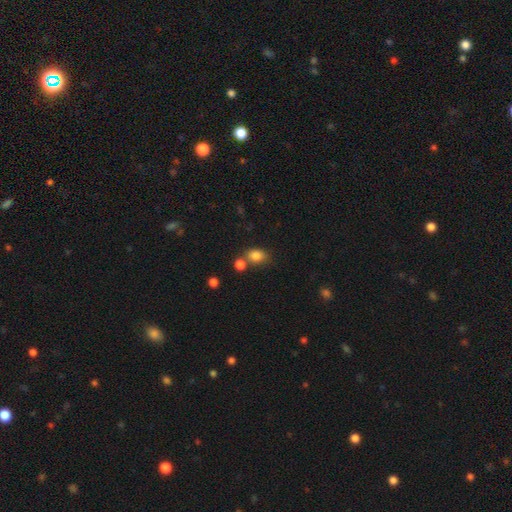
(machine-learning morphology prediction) Smooth or featured: smooth — 83% (star or artifact — 11%)
How rounded: in between — 60% (round — 39%)
Merging: none — 60% (merger — 22%)